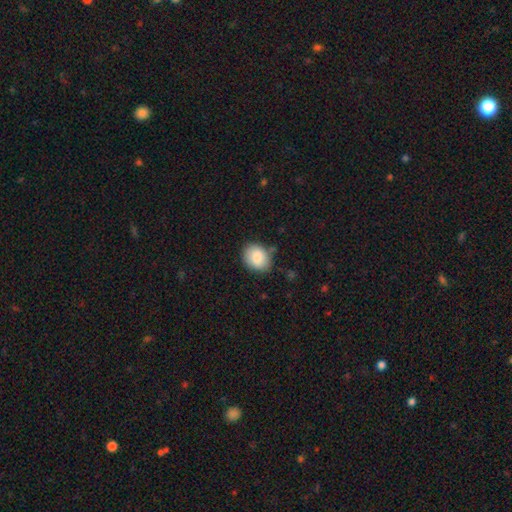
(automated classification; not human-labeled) Smooth or featured? Predicted: smooth (p=0.86). How rounded? Predicted: round (p=0.50). Merging? Predicted: none (p=0.78).